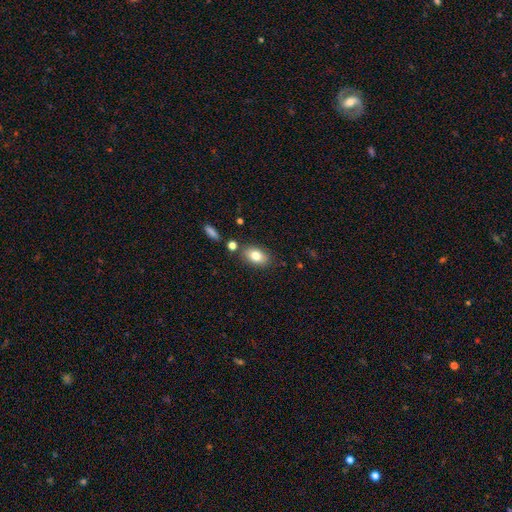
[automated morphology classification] smooth 79%, featured or disk 12%, star or artifact 8%. Down the decision tree: how rounded — in between (87%); merging — none (79%).